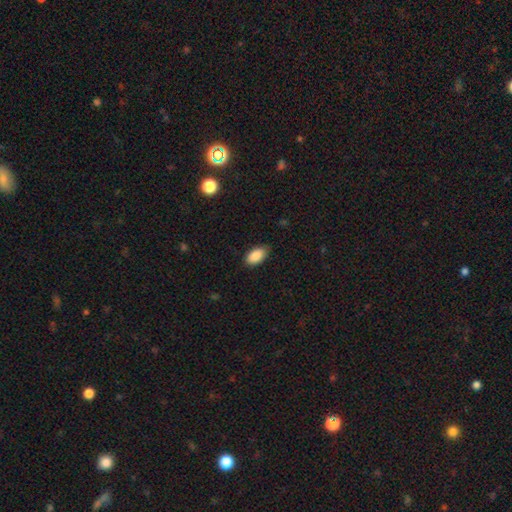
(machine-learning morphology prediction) This is clearly a smooth galaxy (88%). How rounded: clearly in between (94%). Merging: clearly none (81%).